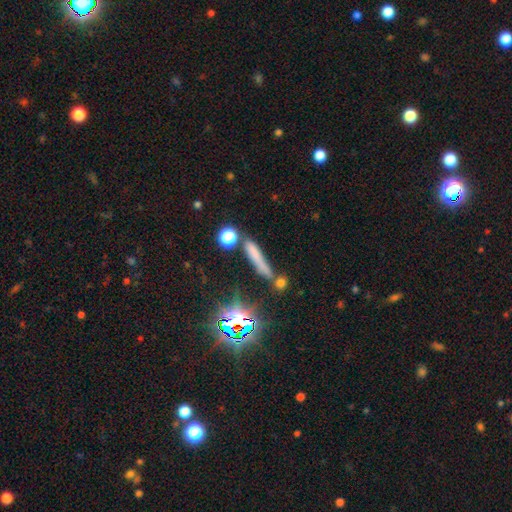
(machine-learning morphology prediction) smooth-or-featured: smooth: 56% | star or artifact: 26% | featured or disk: 18%
  how-rounded: cigar-shaped: 86% | in between: 9% | round: 6%
  merging: none: 66% | minor disturbance: 15% | merger: 13% | major disturbance: 6%